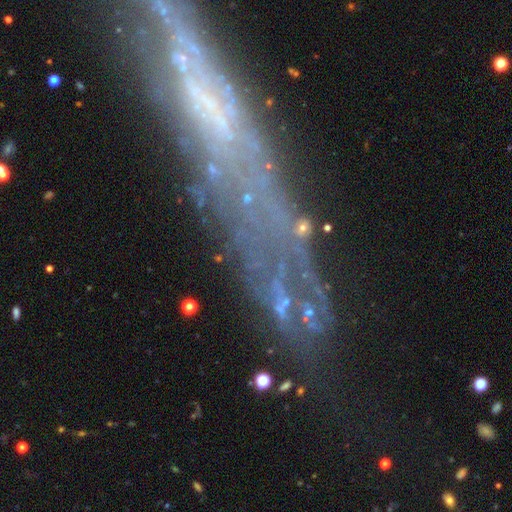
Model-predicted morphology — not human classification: A featured or disk galaxy (62%) viewed edge-on (55%).

Vote fractions:
- Smooth or featured? featured or disk: 62% / star or artifact: 19% / smooth: 19%
- Edge-on disk? yes: 55% / no: 45%
- Merging? none: 62% / minor disturbance: 19% / major disturbance: 13% / merger: 6%